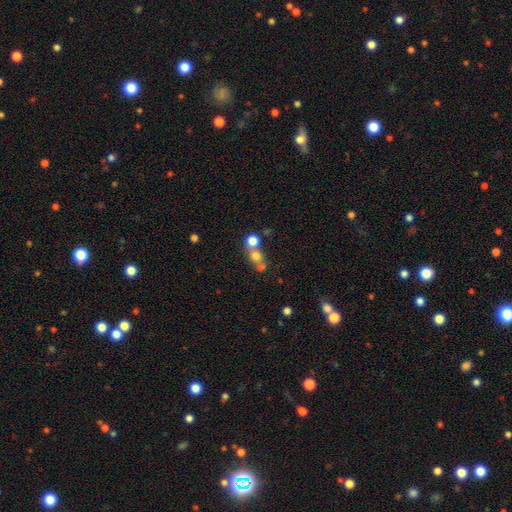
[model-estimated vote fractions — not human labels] Smooth or featured? smooth (67%)
How rounded? round (79%)
Merging? merger (51%)